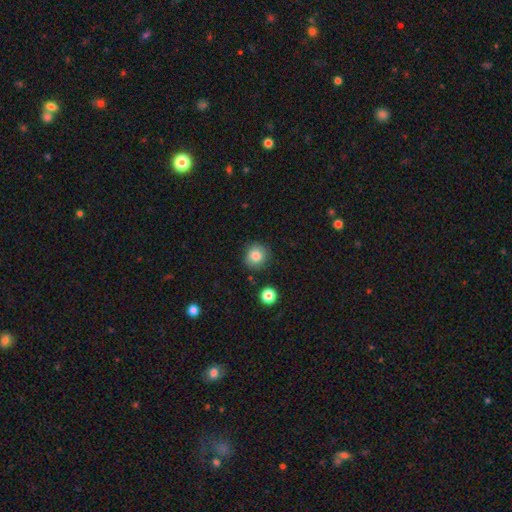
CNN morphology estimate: This is clearly a smooth galaxy (83%). How rounded: clearly round (91%). Merging: clearly none (84%).